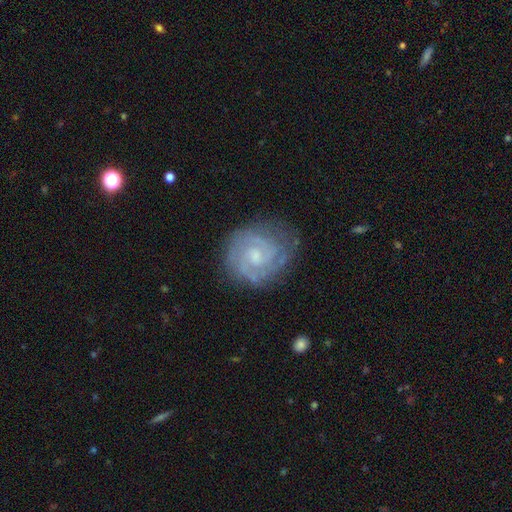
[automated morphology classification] type=featured or disk (85%); edge-on=no (98%); bar=no (57%); spiral arms=yes (97%); winding=tight (68%); arm count=2 (55%); bulge=small (55%); merging=none (76%).